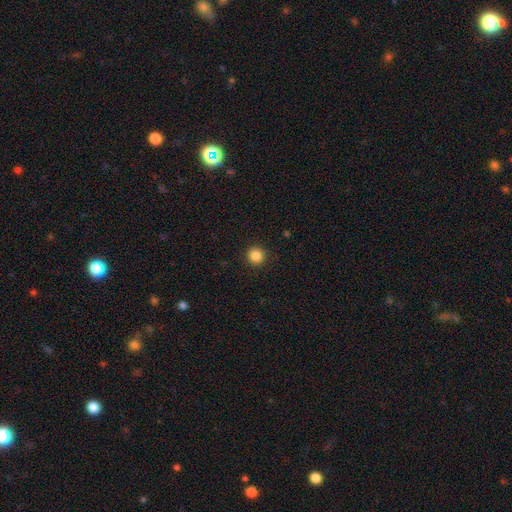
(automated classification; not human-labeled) Q: Smooth or featured?
A: smooth (86%); runner-up: star or artifact (11%)
Q: How rounded?
A: round (95%); runner-up: in between (4%)
Q: Merging?
A: none (92%); runner-up: minor disturbance (5%)